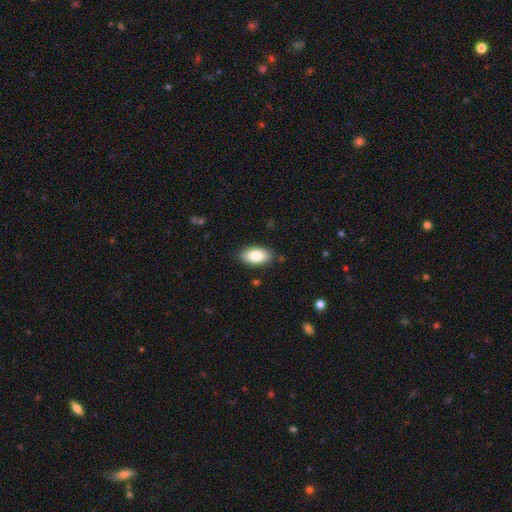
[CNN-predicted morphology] smooth 85%, featured or disk 9%, star or artifact 6%. Down the decision tree: how rounded — in between (94%); merging — none (86%).